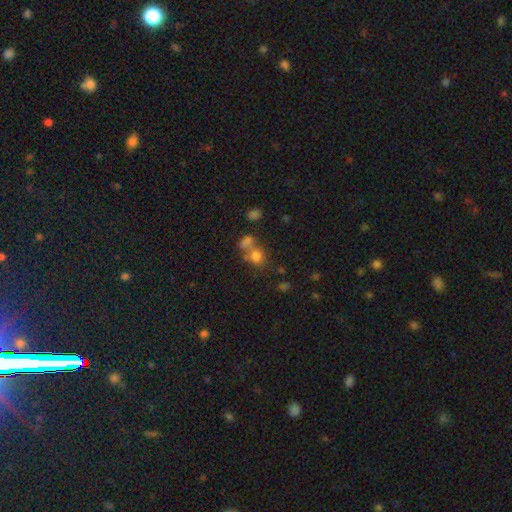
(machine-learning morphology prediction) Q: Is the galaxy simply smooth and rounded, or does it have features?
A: smooth — 73%.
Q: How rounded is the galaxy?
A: round — 61%.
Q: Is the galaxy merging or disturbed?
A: merger — 46%.